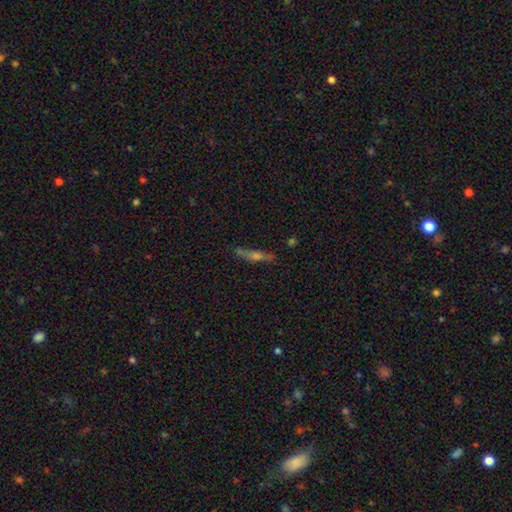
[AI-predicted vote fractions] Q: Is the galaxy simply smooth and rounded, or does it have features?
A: featured or disk — 55%.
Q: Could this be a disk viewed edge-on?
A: yes — 89%.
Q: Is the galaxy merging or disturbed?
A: none — 76%.